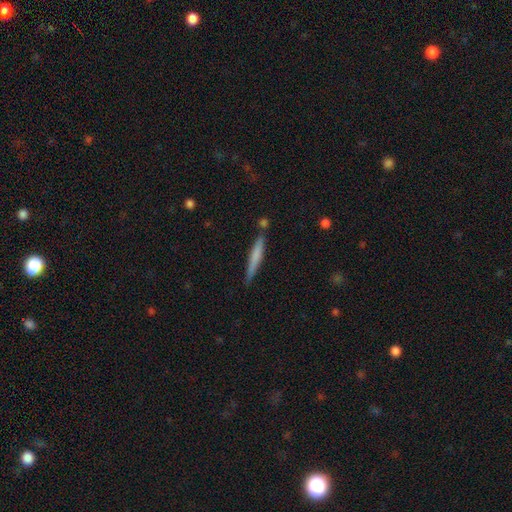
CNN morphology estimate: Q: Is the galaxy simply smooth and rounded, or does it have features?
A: smooth — 64%.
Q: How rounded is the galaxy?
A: cigar-shaped — 95%.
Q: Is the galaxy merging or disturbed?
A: none — 79%.